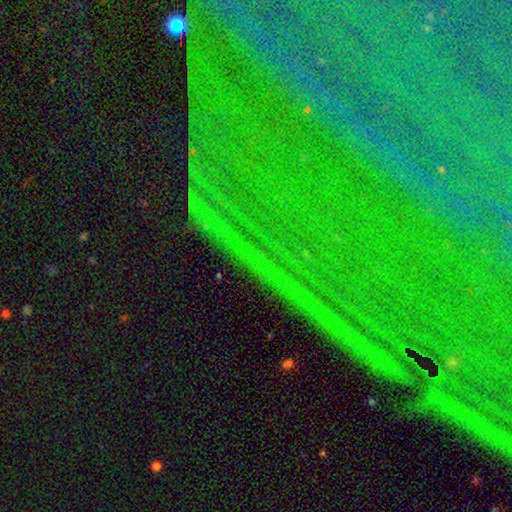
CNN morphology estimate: Q: Smooth or featured?
A: star or artifact (84%); runner-up: featured or disk (10%)